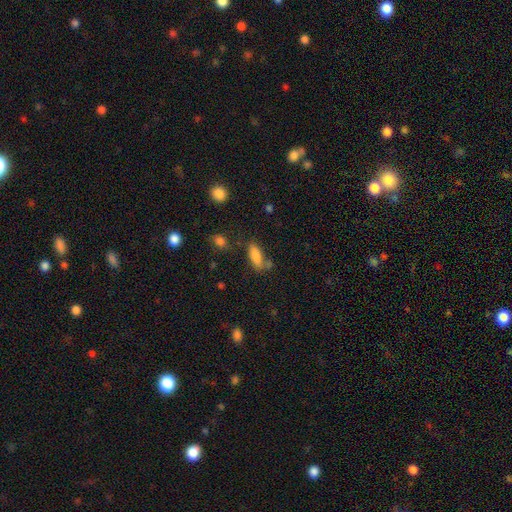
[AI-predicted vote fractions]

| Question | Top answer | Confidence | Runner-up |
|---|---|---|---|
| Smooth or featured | smooth | 83% | star or artifact (9%) |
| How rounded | in between | 70% | cigar-shaped (28%) |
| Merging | none | 59% | minor disturbance (19%) |